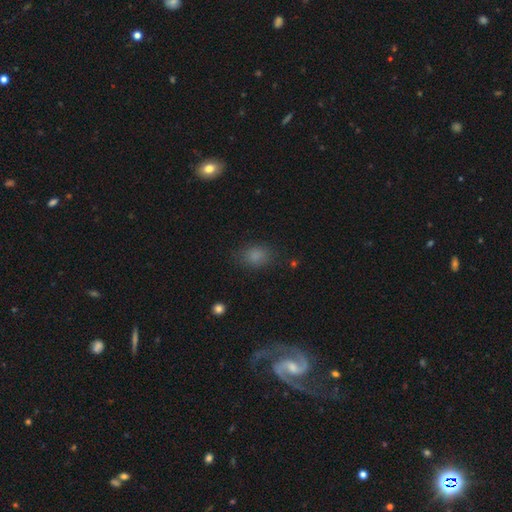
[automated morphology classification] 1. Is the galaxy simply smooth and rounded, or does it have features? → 81% smooth, 13% star or artifact, 6% featured or disk.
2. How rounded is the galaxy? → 66% in between, 32% round, 2% cigar-shaped.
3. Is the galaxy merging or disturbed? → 78% none, 15% minor disturbance, 5% major disturbance, 2% merger.